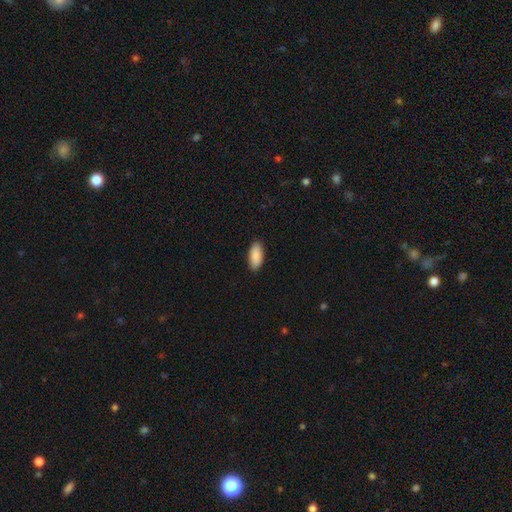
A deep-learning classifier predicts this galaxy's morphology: Smooth or featured? smooth (90%)
How rounded? in between (89%)
Merging? none (90%)